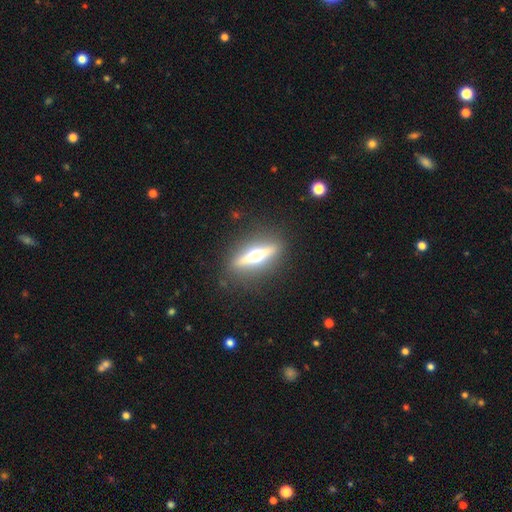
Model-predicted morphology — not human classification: Smooth or featured: featured or disk — 71% (smooth — 21%)
Edge-on disk: yes — 92% (no — 8%)
Edge-on bulge: rounded — 96% (boxy — 3%)
Merging: none — 88% (minor disturbance — 7%)